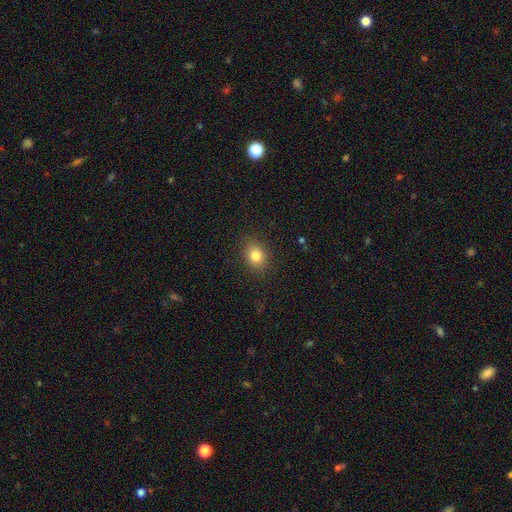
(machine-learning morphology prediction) Smooth or featured? Predicted: smooth (p=0.82). How rounded? Predicted: round (p=0.54). Merging? Predicted: none (p=0.87).